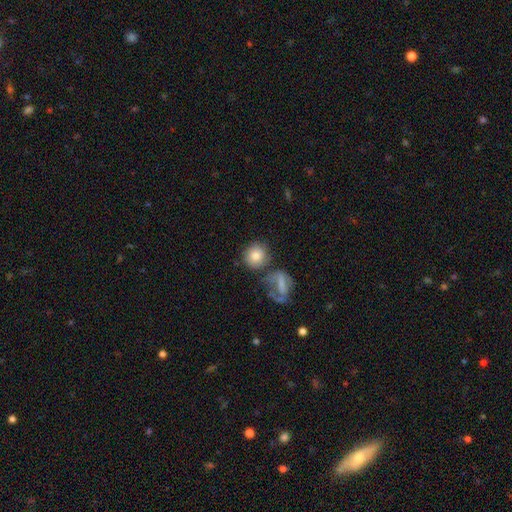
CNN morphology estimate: Q: Smooth or featured?
A: smooth (79%); runner-up: featured or disk (13%)
Q: How rounded?
A: round (84%); runner-up: in between (14%)
Q: Merging?
A: none (58%); runner-up: merger (21%)